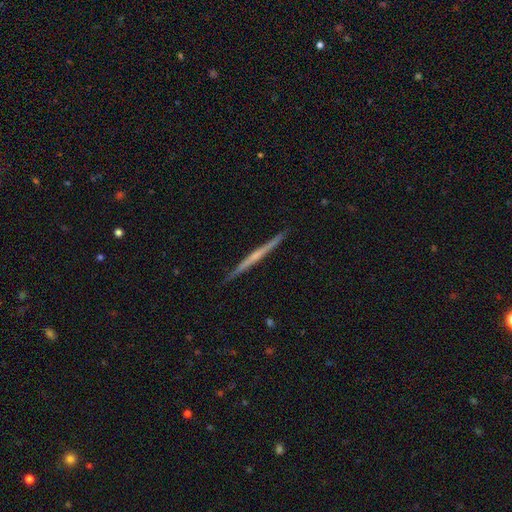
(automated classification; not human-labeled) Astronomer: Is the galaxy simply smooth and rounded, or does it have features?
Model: featured or disk — 70%.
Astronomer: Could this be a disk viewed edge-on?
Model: yes — 98%.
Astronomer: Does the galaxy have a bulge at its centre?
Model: none — 58% (runner-up: rounded, 35%).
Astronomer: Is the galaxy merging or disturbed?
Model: none — 92%.